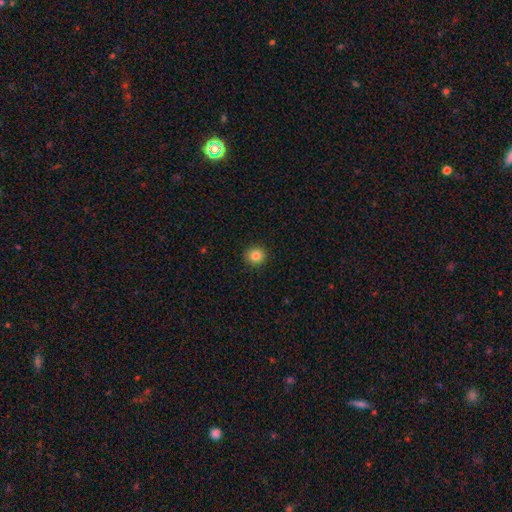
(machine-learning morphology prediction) This is clearly a smooth galaxy (84%). How rounded: clearly round (90%). Merging: clearly none (92%).